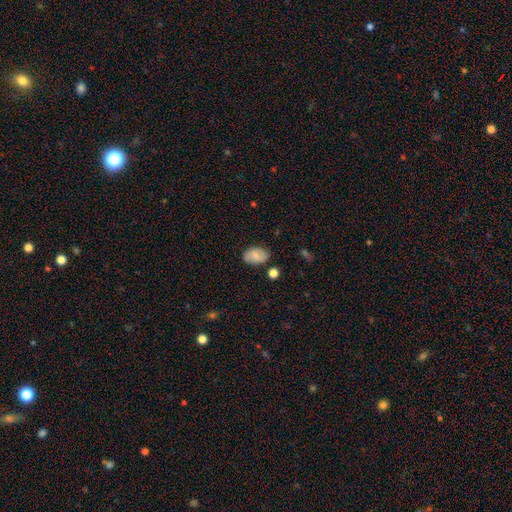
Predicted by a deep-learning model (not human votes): Overall: smooth (72%). How rounded: in between (89%). Merging: none (79%).